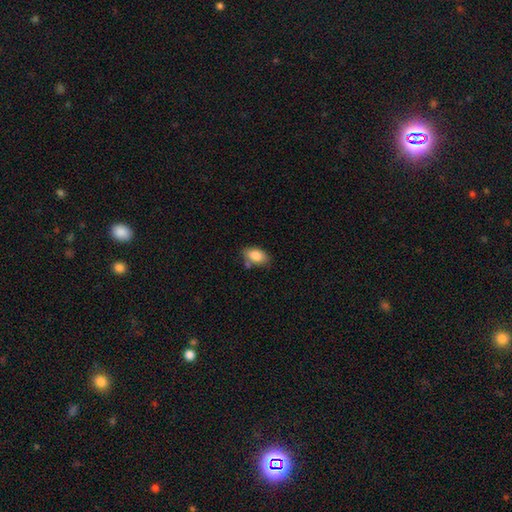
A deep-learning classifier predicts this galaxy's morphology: smooth 85%, featured or disk 8%, star or artifact 7%. Down the decision tree: how rounded — in between (90%); merging — none (71%).